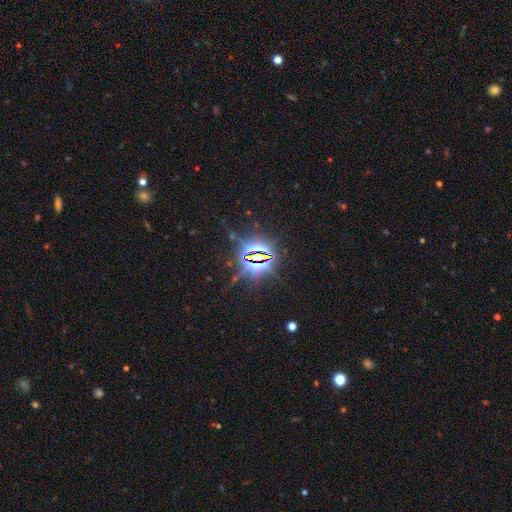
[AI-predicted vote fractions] star or artifact 83%, smooth 9%, featured or disk 8%.